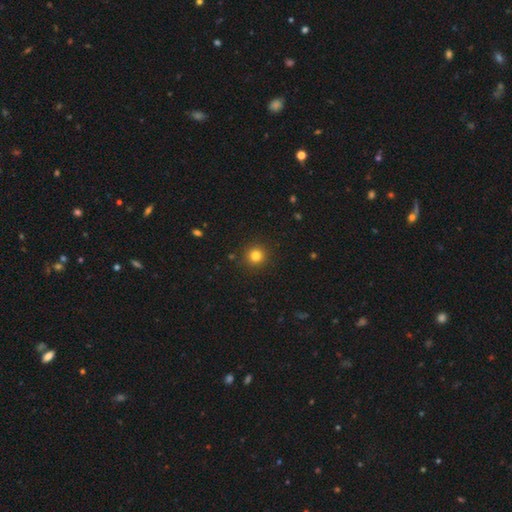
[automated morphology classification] smooth_or_featured: smooth (p=0.82) [alt: star or artifact p=0.13]
how_rounded: round (p=0.94) [alt: in between p=0.05]
merging: none (p=0.91) [alt: minor disturbance p=0.05]